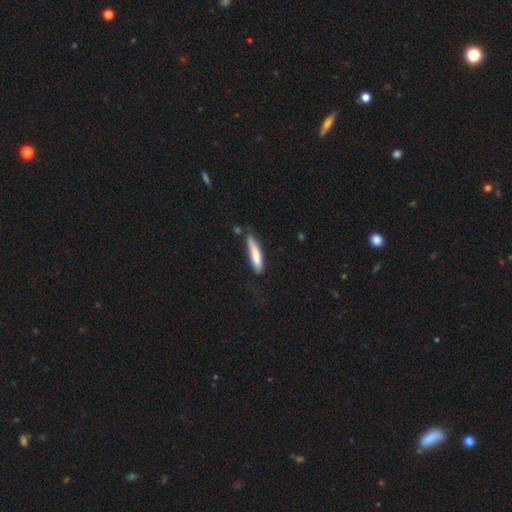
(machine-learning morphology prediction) Smooth or featured?
  - smooth: 76% *
  - featured or disk: 19%
  - star or artifact: 5%
How rounded?
  - cigar-shaped: 83% *
  - in between: 16%
  - round: 1%
Merging?
  - none: 60% *
  - minor disturbance: 28%
  - major disturbance: 7%
  - merger: 5%